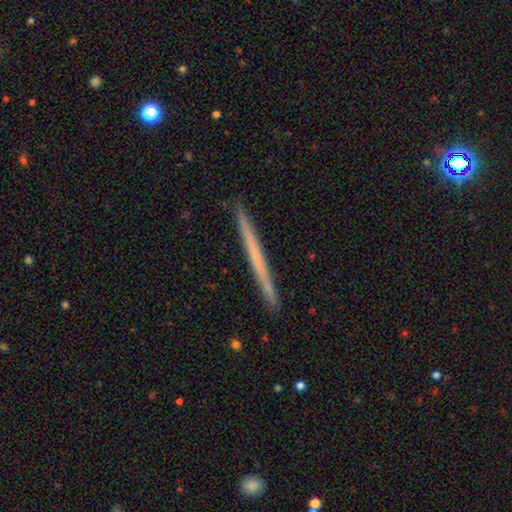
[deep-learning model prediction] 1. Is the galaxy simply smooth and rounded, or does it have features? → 48% featured or disk, 46% smooth, 6% star or artifact.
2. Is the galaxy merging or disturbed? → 92% none, 6% minor disturbance, 1% major disturbance, 1% merger.